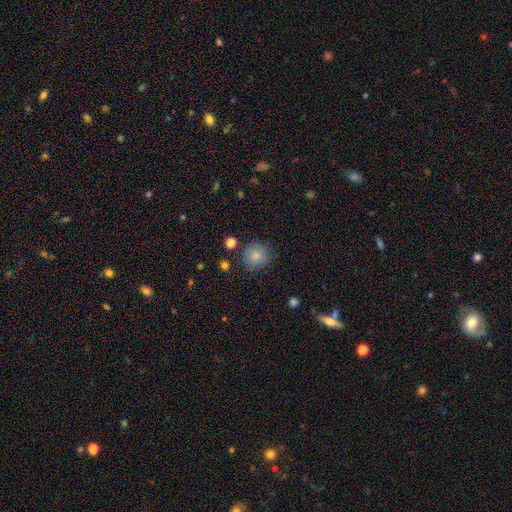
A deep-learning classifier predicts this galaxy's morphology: This appears to be a smooth galaxy with no disk features (83%) that is round (90%). Merging: none (82%).